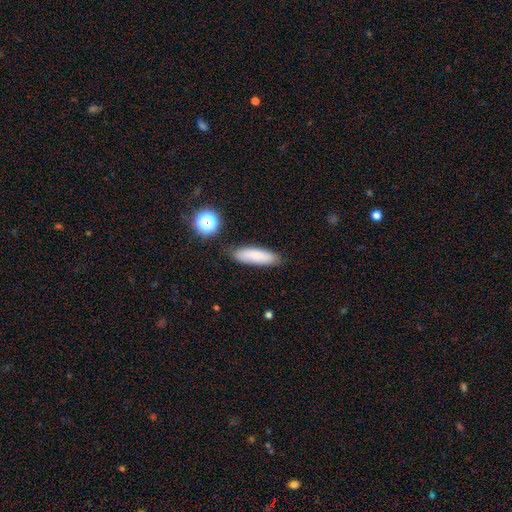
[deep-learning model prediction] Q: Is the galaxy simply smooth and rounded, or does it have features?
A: smooth — 77%.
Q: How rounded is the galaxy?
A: cigar-shaped — 57%.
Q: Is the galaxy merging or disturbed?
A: none — 83%.